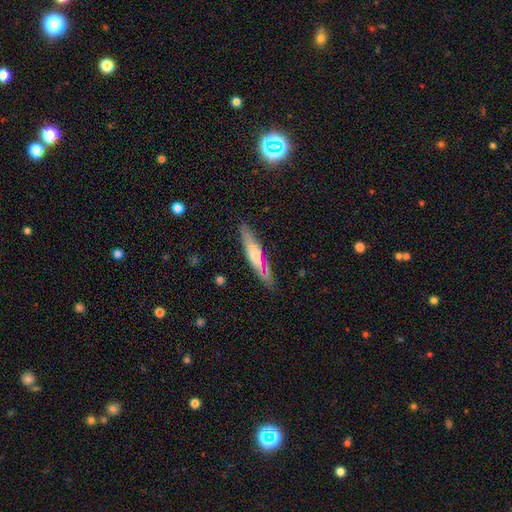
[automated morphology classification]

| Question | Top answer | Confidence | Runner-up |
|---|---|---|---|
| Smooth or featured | featured or disk | 48% | smooth (45%) |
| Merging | none | 82% | minor disturbance (14%) |